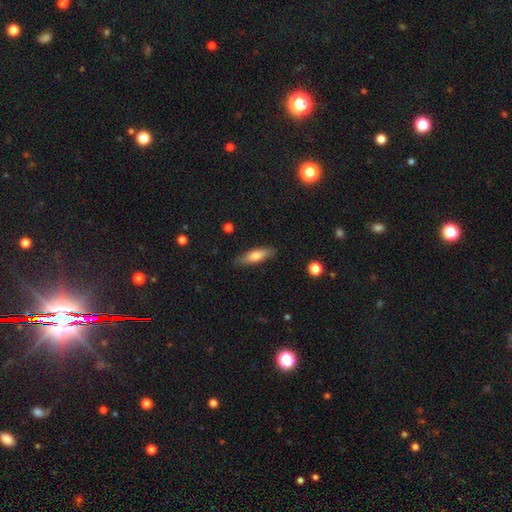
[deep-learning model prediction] The model was most divided on "how rounded": cigar-shaped: 59%, in between: 39%, round: 2%. More confident: merging — none (86%); smooth or featured — smooth (69%).